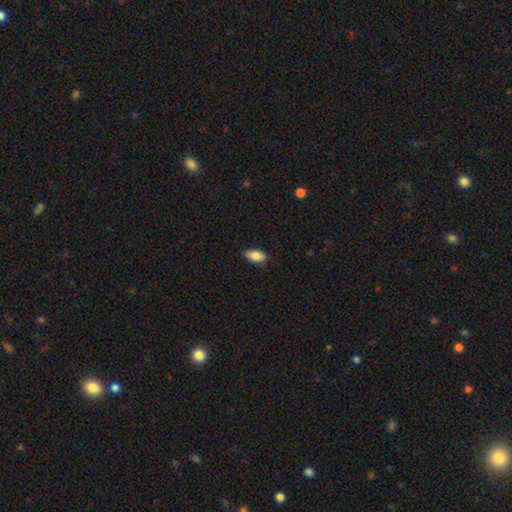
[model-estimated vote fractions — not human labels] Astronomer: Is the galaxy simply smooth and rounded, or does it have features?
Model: smooth — 85%.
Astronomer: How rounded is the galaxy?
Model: in between — 92%.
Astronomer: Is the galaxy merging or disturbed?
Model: none — 79%.